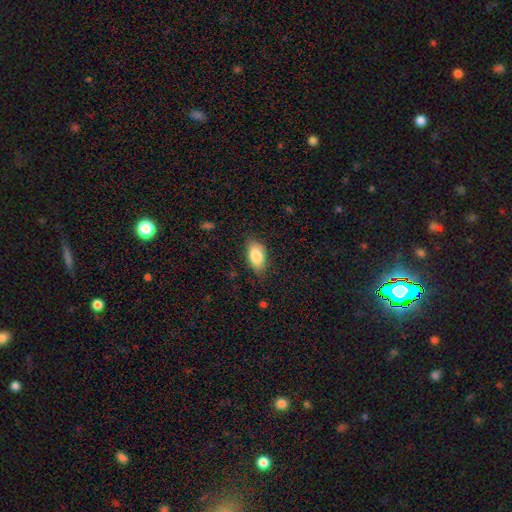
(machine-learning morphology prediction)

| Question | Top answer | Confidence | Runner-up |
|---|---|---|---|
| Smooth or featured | smooth | 84% | featured or disk (9%) |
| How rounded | in between | 91% | cigar-shaped (5%) |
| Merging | none | 79% | minor disturbance (17%) |